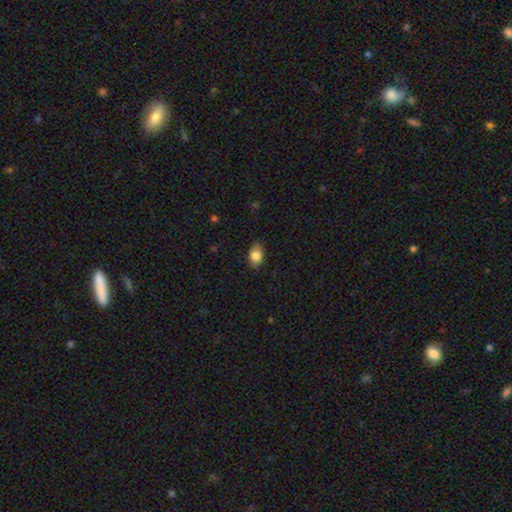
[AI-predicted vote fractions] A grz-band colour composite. It shows a smooth galaxy with no disk features (84%) that is in between round and cigar-shaped (82%). Merging: none (82%).